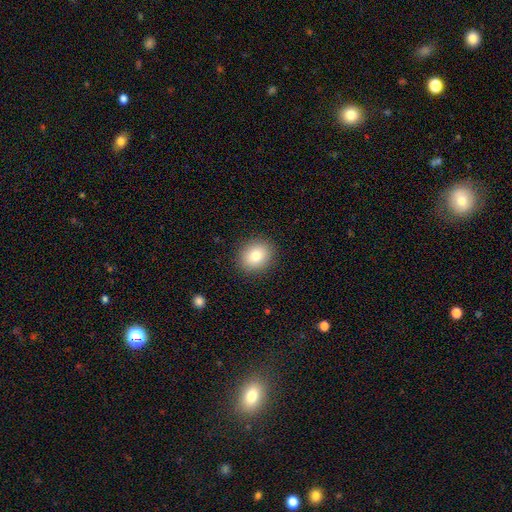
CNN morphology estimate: A smooth galaxy with no disk features (81%) that is round (66%). Merging: none (89%).